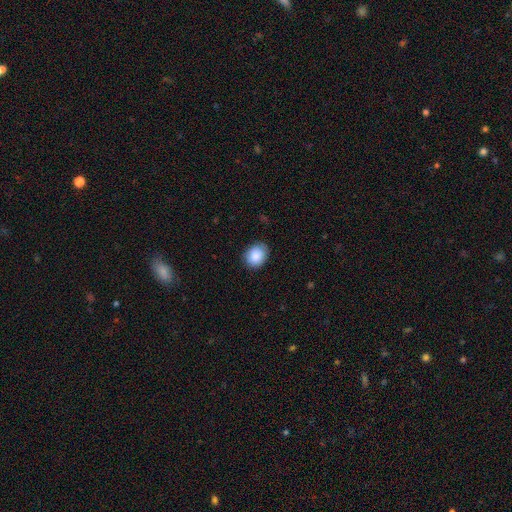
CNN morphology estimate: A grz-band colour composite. It shows a smooth galaxy with no disk features (86%) that is round (55%). Merging: none (82%).